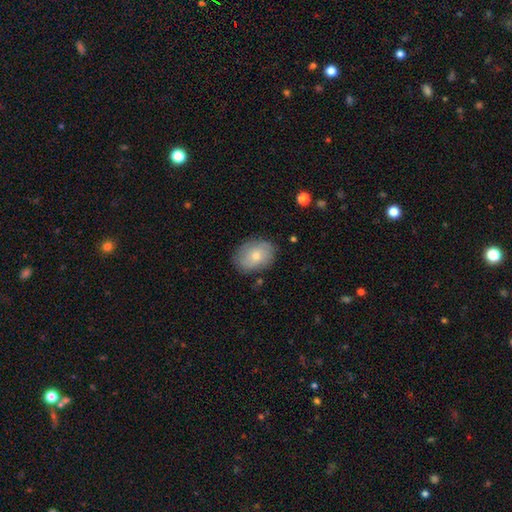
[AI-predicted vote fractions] smooth-or-featured: smooth: 66% | featured or disk: 27% | star or artifact: 7%
  how-rounded: in between: 73% | round: 26% | cigar-shaped: 1%
  merging: none: 79% | minor disturbance: 16% | major disturbance: 4% | merger: 1%